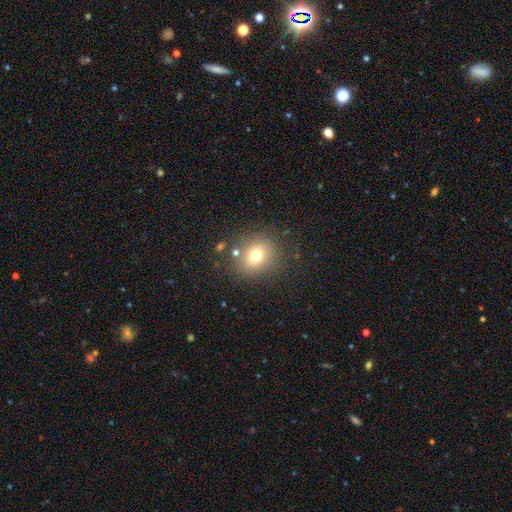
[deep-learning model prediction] smooth-or-featured: smooth: 72% | star or artifact: 15% | featured or disk: 13%
  how-rounded: round: 74% | in between: 25% | cigar-shaped: 1%
  merging: none: 80% | minor disturbance: 11% | major disturbance: 5% | merger: 4%